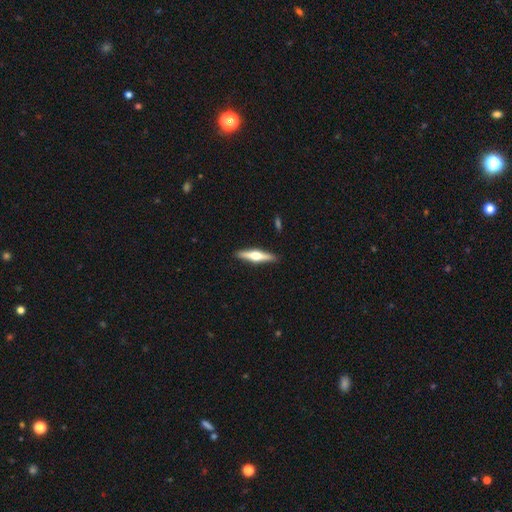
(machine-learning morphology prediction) smooth_or_featured: featured or disk (p=0.67) [alt: smooth p=0.29]
disk_edge_on: yes (p=0.97) [alt: no p=0.03]
edge_on_bulge: rounded (p=0.95) [alt: boxy p=0.03]
merging: none (p=0.91) [alt: minor disturbance p=0.06]